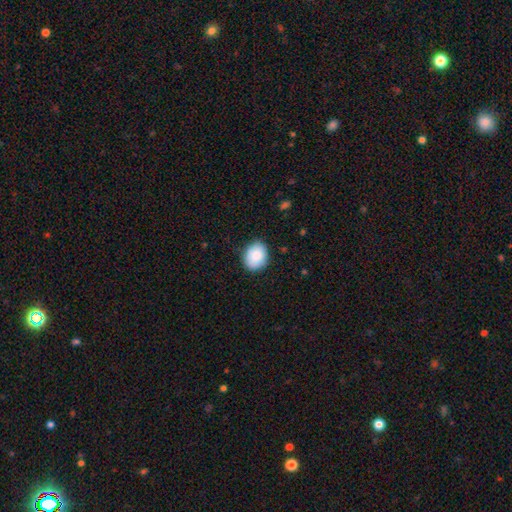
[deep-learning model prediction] smooth 88%, star or artifact 7%, featured or disk 5%. Down the decision tree: how rounded — in between (54%); merging — none (85%).